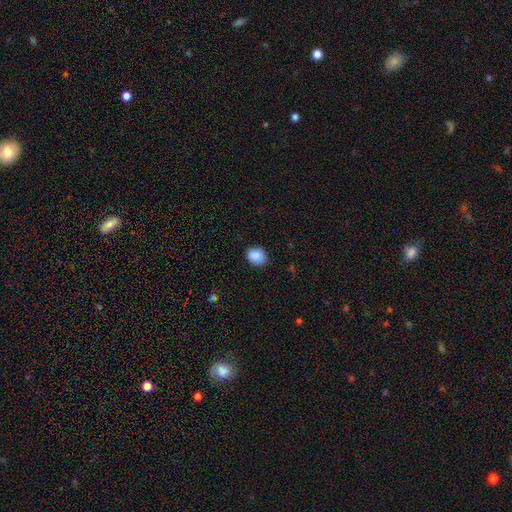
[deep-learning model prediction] Q: Smooth or featured?
A: smooth (89%); runner-up: star or artifact (8%)
Q: How rounded?
A: round (52%); runner-up: in between (47%)
Q: Merging?
A: none (86%); runner-up: minor disturbance (11%)